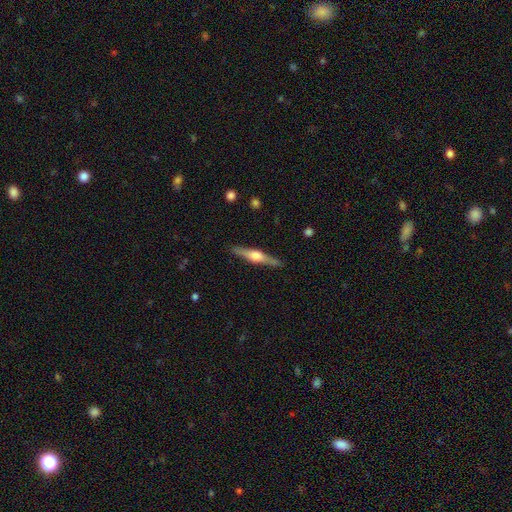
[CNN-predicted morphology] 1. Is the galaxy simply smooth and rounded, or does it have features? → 73% featured or disk, 22% smooth, 5% star or artifact.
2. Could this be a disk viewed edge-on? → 98% yes, 2% no.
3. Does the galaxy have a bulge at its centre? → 89% rounded, 9% boxy, 2% none.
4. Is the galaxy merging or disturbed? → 89% none, 8% minor disturbance, 2% major disturbance, 1% merger.